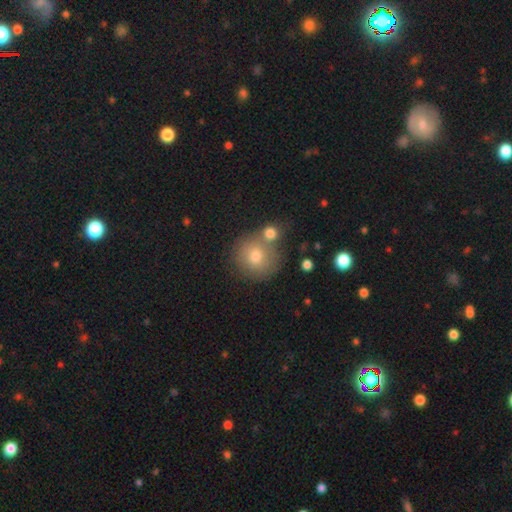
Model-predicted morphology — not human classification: This is likely a smooth galaxy (73%). How rounded: clearly round (90%). Merging: likely none (62%).